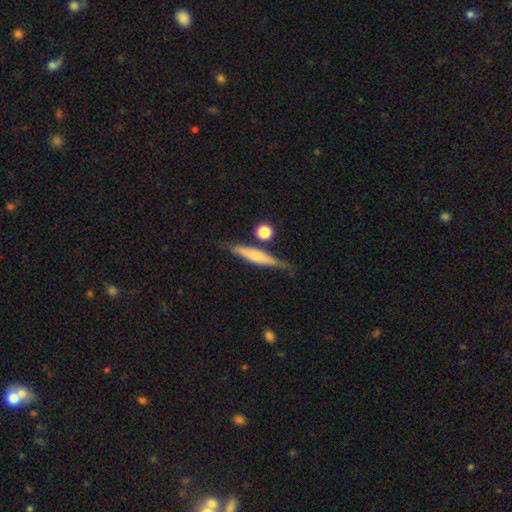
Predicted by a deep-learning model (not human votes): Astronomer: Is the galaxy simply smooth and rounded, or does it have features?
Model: smooth — 49% (runner-up: featured or disk, 44%).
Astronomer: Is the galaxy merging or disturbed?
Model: none — 75%.